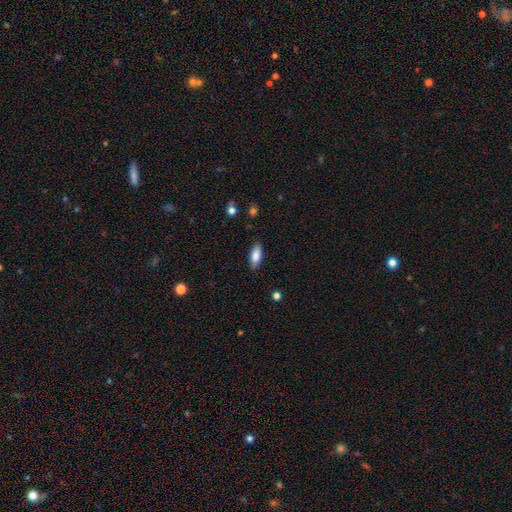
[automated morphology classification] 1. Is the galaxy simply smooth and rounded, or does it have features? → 84% smooth, 10% featured or disk, 7% star or artifact.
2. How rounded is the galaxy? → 80% in between, 18% cigar-shaped, 2% round.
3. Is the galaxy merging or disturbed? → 87% none, 10% minor disturbance, 2% major disturbance, 1% merger.